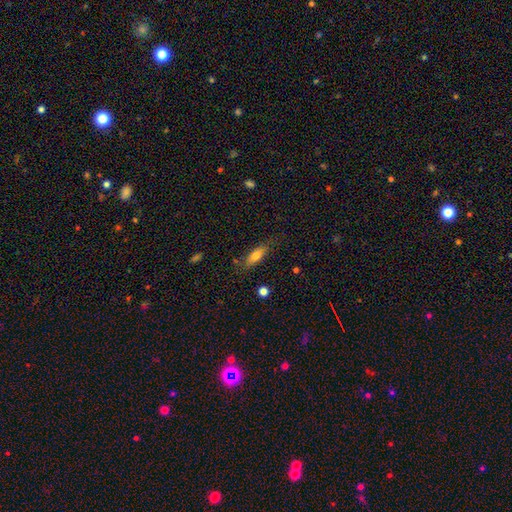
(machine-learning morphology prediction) A smooth galaxy with no disk features (73%) that is in between round and cigar-shaped (60%). Merging: none (73%).